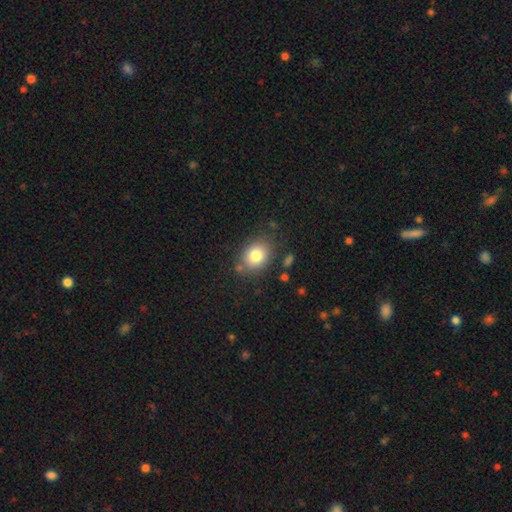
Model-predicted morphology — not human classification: Smooth or featured: smooth — 81% (featured or disk — 10%)
How rounded: in between — 58% (round — 41%)
Merging: none — 78% (minor disturbance — 13%)